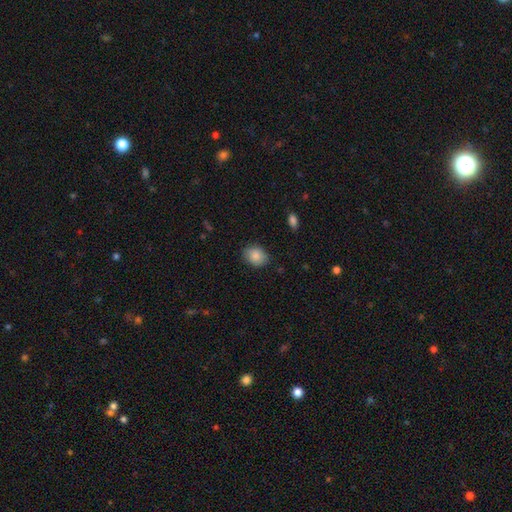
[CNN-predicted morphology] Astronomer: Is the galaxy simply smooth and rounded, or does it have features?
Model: smooth — 86%.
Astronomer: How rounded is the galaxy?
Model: round — 50% (runner-up: in between, 49%).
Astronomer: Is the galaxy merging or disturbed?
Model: none — 83%.